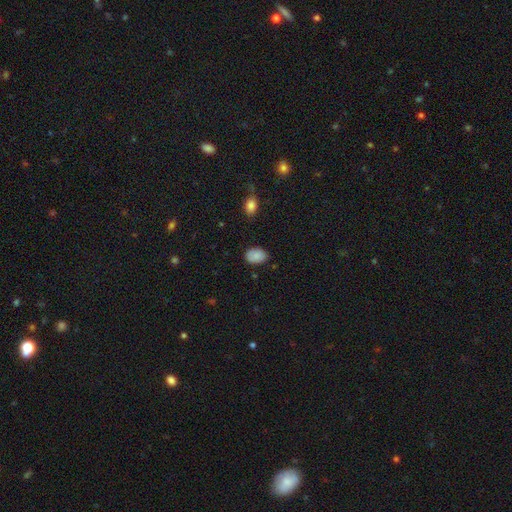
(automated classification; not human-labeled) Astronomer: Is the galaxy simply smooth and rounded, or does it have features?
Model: smooth — 88%.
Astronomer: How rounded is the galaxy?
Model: in between — 81%.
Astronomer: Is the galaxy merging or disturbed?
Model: none — 80%.